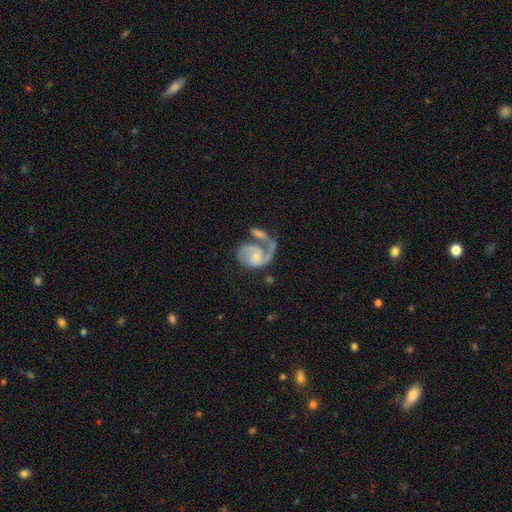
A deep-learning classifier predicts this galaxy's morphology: type=featured or disk (78%); edge-on=no (98%); bar=no (69%); spiral arms=yes (92%); winding=medium (42%); arm count=1 (51%); bulge=small (58%); merging=merger (31%).